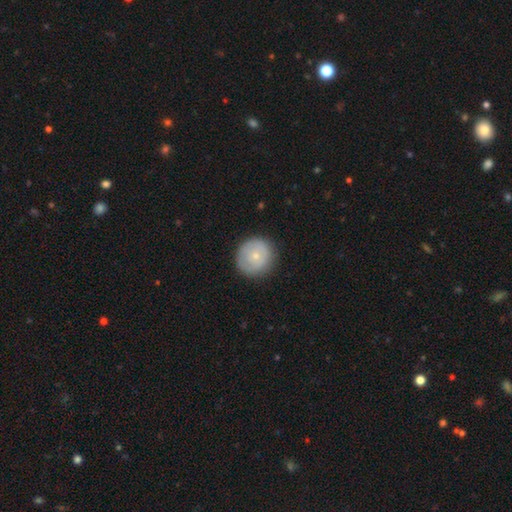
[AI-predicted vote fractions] Smooth or featured? Predicted: smooth (p=0.68). How rounded? Predicted: round (p=0.91). Merging? Predicted: none (p=0.85).